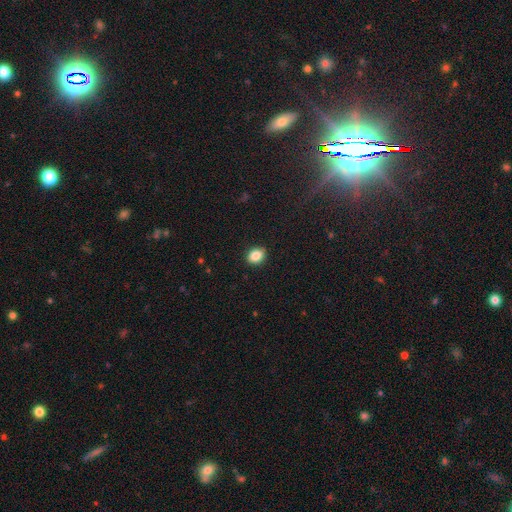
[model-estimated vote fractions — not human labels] Smooth or featured?
  - smooth: 85% *
  - star or artifact: 9%
  - featured or disk: 6%
How rounded?
  - in between: 61% *
  - round: 38%
  - cigar-shaped: 1%
Merging?
  - none: 88% *
  - minor disturbance: 9%
  - major disturbance: 2%
  - merger: 1%